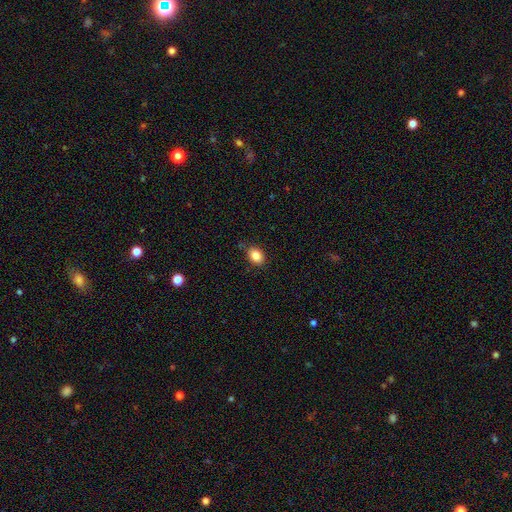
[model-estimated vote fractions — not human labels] Morphology: type=smooth (85%); roundness=in between (67%); merging=none (82%).